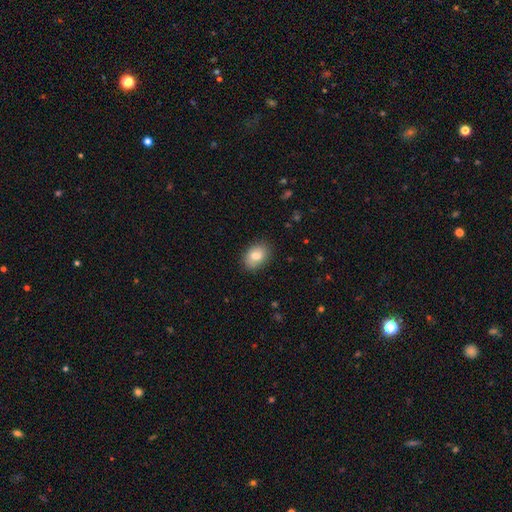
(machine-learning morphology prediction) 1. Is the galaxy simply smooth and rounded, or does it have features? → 81% smooth, 11% featured or disk, 8% star or artifact.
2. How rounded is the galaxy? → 77% in between, 22% round, 1% cigar-shaped.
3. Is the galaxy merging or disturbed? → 83% none, 13% minor disturbance, 3% major disturbance, 1% merger.